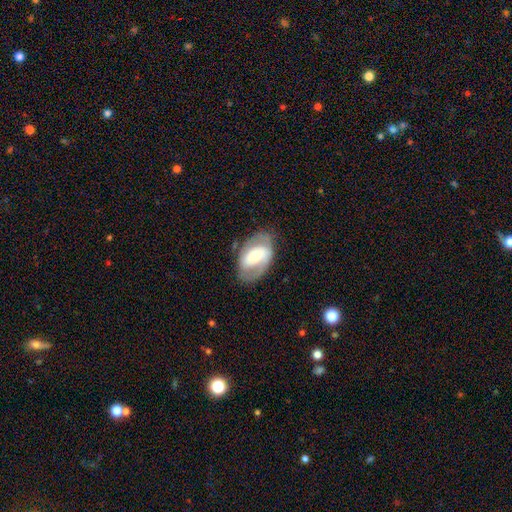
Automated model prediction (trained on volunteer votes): Overall: featured or disk (61%; smooth 33%). Edge-on disk: no (94%). Bar: no (41%; weak 32%). Spiral arms: yes (60%; no 40%). Bulge size: moderate (54%; small 32%). Merging: none (71%).